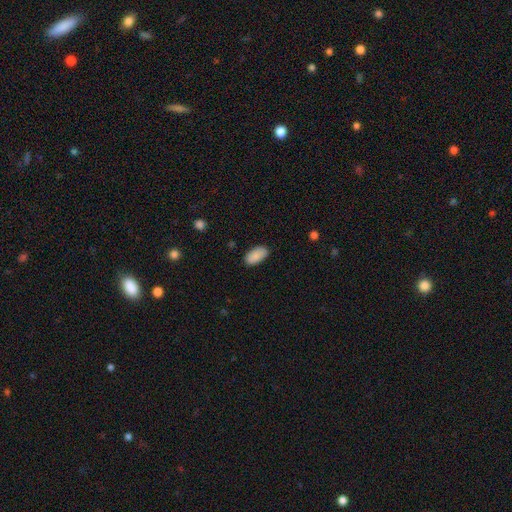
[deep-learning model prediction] smooth 90%, star or artifact 6%, featured or disk 4%. Down the decision tree: how rounded — in between (95%); merging — none (85%).